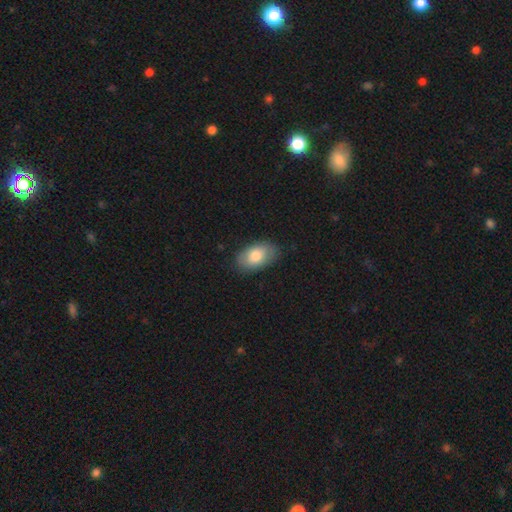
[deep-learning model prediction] A smooth galaxy with no disk features (78%) that is in between round and cigar-shaped (93%). Merging: none (83%).